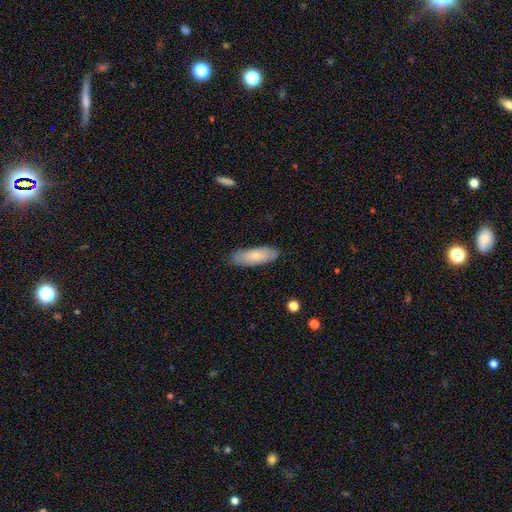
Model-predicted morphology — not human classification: Smooth or featured? smooth (76%)
How rounded? in between (55%)
Merging? none (84%)